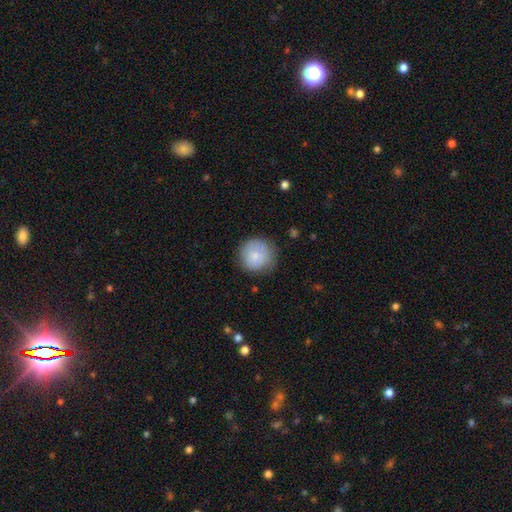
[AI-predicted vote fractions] Smooth or featured?
  - smooth: 81% *
  - featured or disk: 12%
  - star or artifact: 7%
How rounded?
  - round: 93% *
  - in between: 6%
  - cigar-shaped: 1%
Merging?
  - none: 78% *
  - minor disturbance: 16%
  - major disturbance: 4%
  - merger: 1%